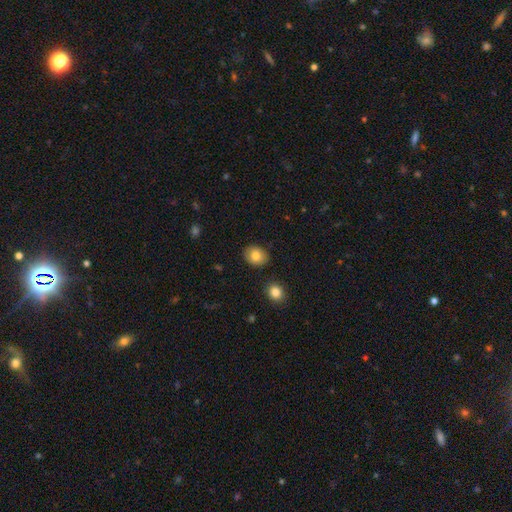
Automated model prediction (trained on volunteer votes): smooth 82%, featured or disk 10%, star or artifact 8%. Down the decision tree: how rounded — in between (50%); merging — none (87%).